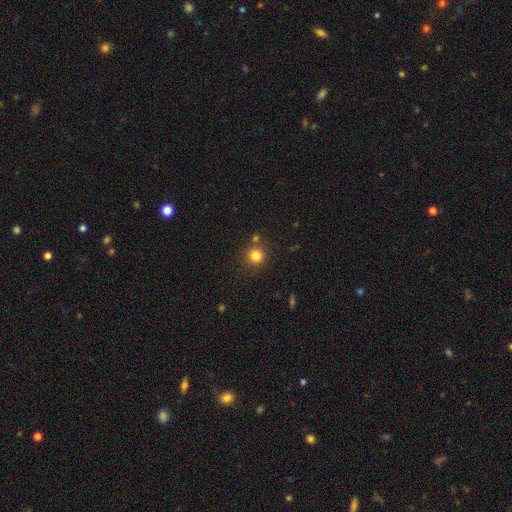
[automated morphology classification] smooth 82%, star or artifact 13%, featured or disk 6%. Down the decision tree: how rounded — round (94%); merging — none (81%).